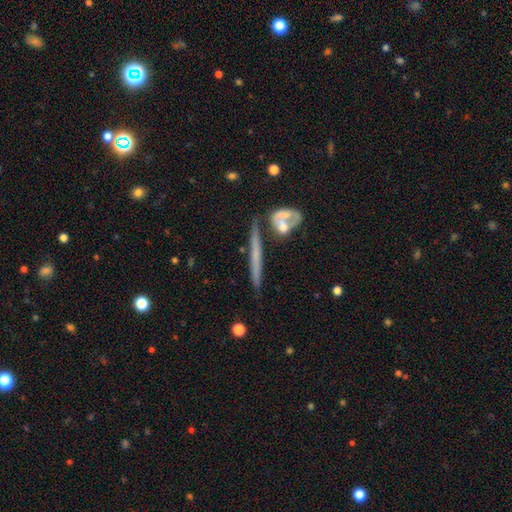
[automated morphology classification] This is possibly a featured or disk galaxy (51%). It is clearly viewed edge-on (92%). Merging: likely none (78%).